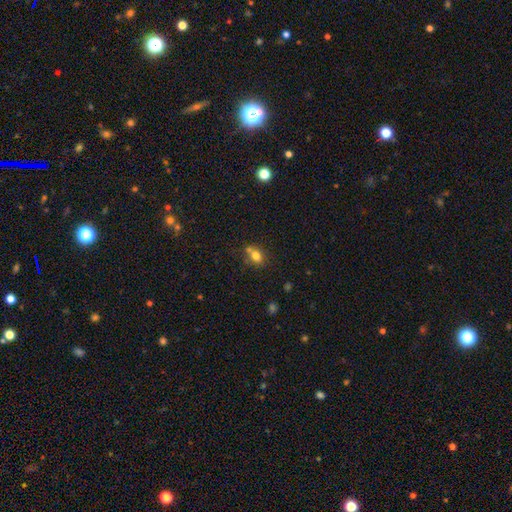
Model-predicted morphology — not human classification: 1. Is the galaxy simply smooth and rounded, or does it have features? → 74% smooth, 13% star or artifact, 13% featured or disk.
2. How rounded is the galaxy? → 52% in between, 46% round, 2% cigar-shaped.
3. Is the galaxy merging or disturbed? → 54% none, 25% merger, 15% minor disturbance, 5% major disturbance.